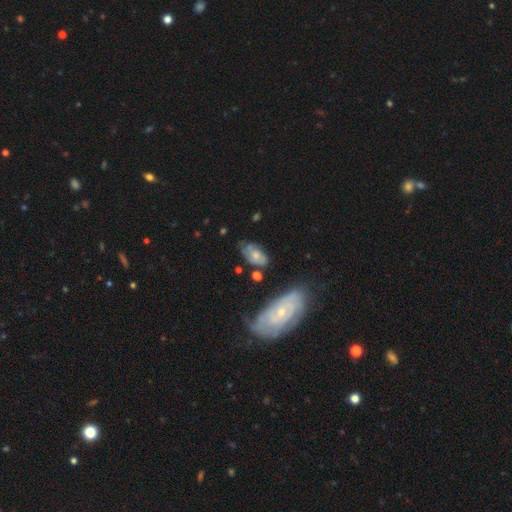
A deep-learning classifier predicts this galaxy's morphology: The model was most divided on "smooth or featured" (2-way tie): featured or disk: 46%, smooth: 46%, star or artifact: 8%. More confident: merging — none (53%).